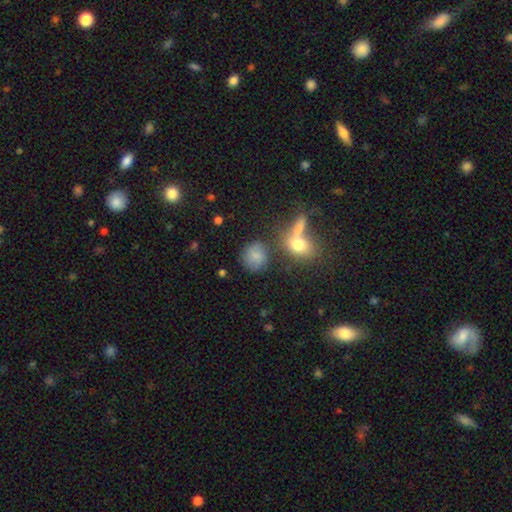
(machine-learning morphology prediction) A smooth galaxy with no disk features (71%) that is round (77%).

Vote fractions:
- Smooth or featured? smooth: 71% / featured or disk: 17% / star or artifact: 12%
- How rounded? round: 77% / in between: 21% / cigar-shaped: 2%
- Merging? none: 64% / minor disturbance: 17% / merger: 12% / major disturbance: 7%